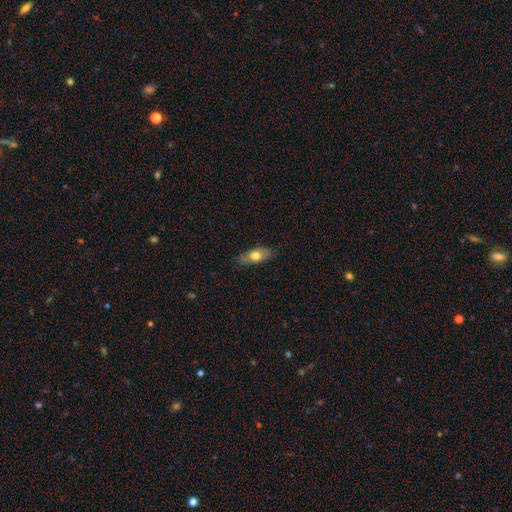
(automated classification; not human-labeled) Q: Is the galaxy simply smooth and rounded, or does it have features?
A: smooth — 64%.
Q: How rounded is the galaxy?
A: in between — 76%.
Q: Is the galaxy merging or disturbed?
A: none — 78%.